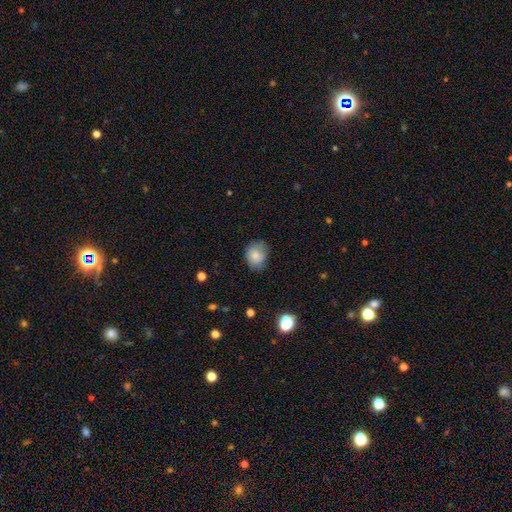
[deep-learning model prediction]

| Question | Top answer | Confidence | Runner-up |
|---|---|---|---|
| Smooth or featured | smooth | 81% | featured or disk (10%) |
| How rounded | round | 52% | in between (48%) |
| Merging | none | 70% | minor disturbance (24%) |